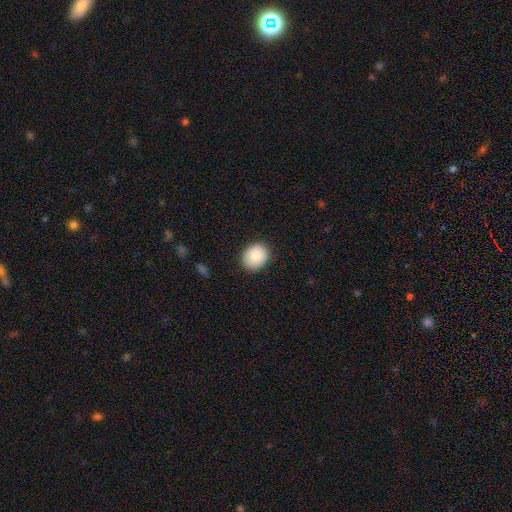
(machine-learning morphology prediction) This appears to be a smooth galaxy with no disk features (84%) that is round (67%). Merging: none (87%).